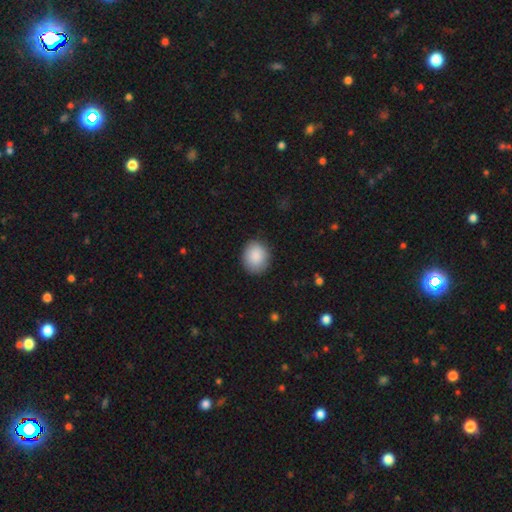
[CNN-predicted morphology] Smooth or featured? smooth (89%)
How rounded? round (64%)
Merging? none (87%)